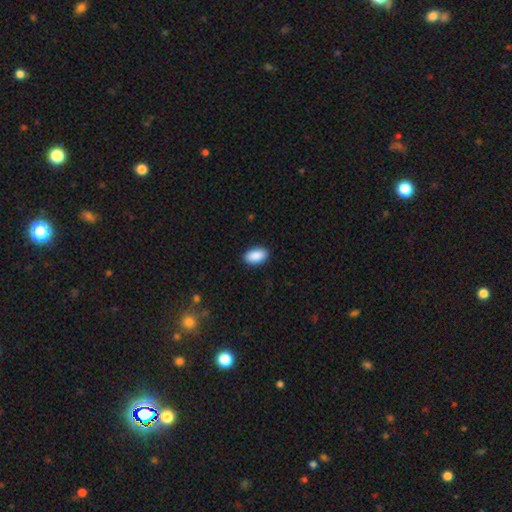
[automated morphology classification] smooth-or-featured: smooth: 90% | star or artifact: 6% | featured or disk: 3%
  how-rounded: in between: 94% | round: 4% | cigar-shaped: 3%
  merging: none: 89% | minor disturbance: 8% | major disturbance: 2% | merger: 1%